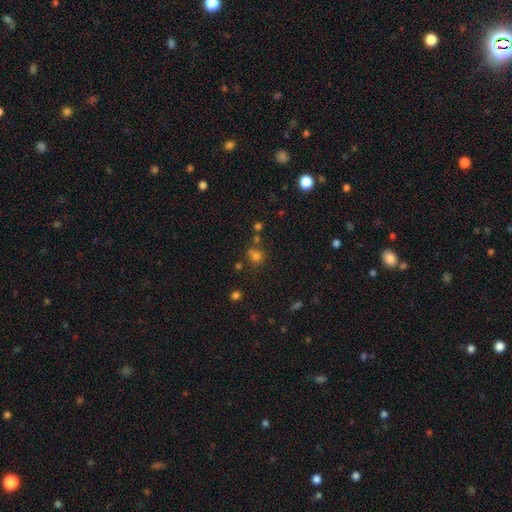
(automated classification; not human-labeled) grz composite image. It shows a smooth galaxy with no disk features (73%) that is round (81%). Merging: none (61%).